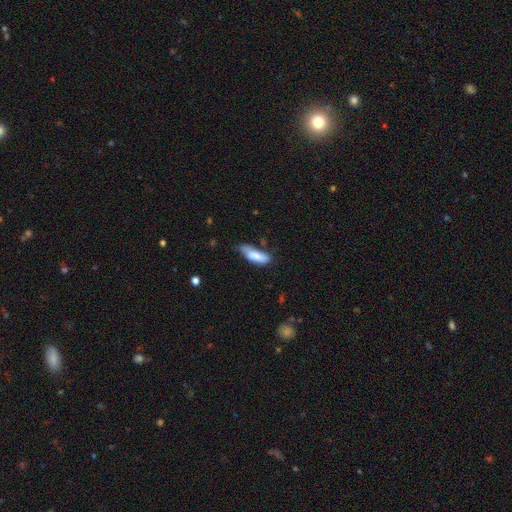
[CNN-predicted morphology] Smooth or featured: smooth — 79% (featured or disk — 15%)
How rounded: in between — 63% (cigar-shaped — 35%)
Merging: none — 43% (minor disturbance — 40%)